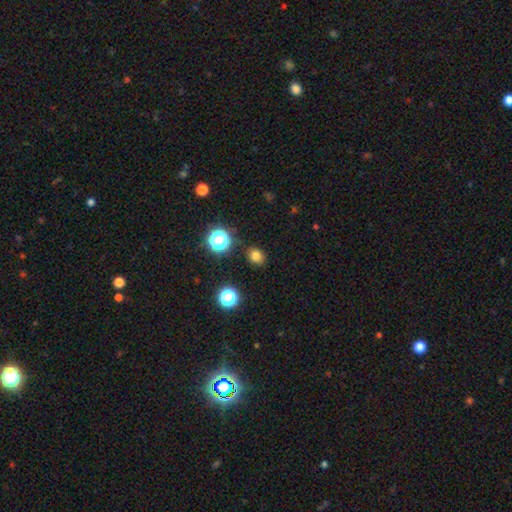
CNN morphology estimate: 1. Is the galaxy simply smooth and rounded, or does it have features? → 78% smooth, 17% star or artifact, 5% featured or disk.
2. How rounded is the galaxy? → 68% round, 31% in between, 1% cigar-shaped.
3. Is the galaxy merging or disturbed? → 86% none, 9% minor disturbance, 3% major disturbance, 2% merger.